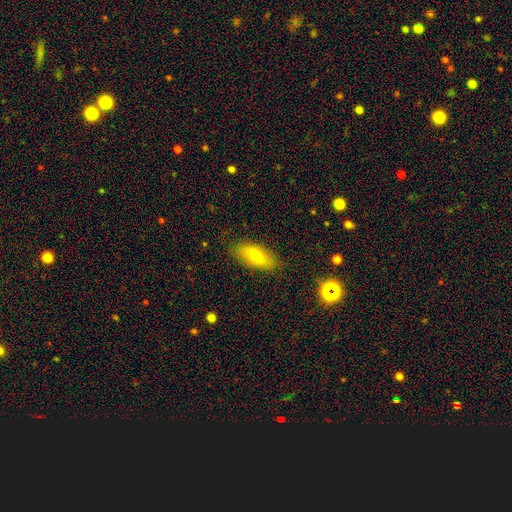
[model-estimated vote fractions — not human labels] Smooth or featured?
  - smooth: 67% *
  - featured or disk: 26%
  - star or artifact: 7%
How rounded?
  - in between: 85% *
  - cigar-shaped: 12%
  - round: 3%
Merging?
  - none: 82% *
  - minor disturbance: 14%
  - major disturbance: 3%
  - merger: 1%